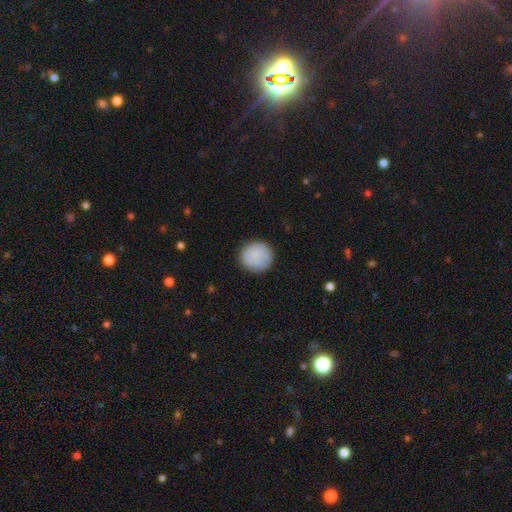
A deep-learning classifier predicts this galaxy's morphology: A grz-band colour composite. It shows a smooth galaxy with no disk features (85%) that is round (93%). Merging: none (85%).